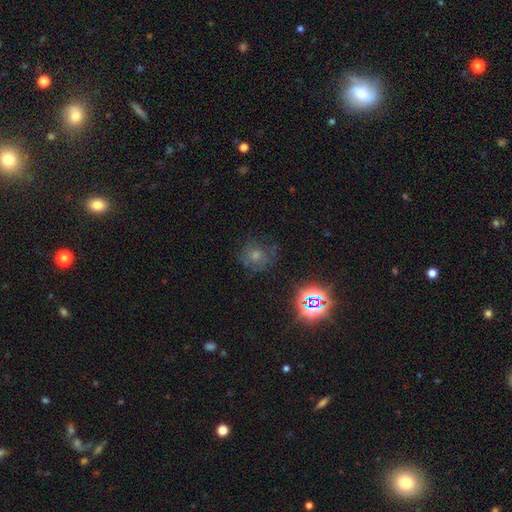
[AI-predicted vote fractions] A smooth galaxy with no disk features (46%). Merging: none (65%).